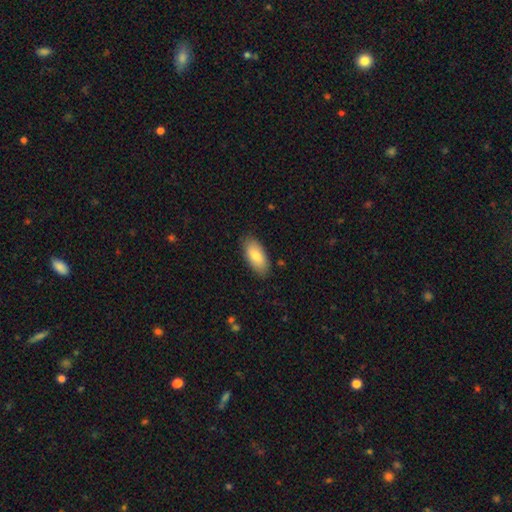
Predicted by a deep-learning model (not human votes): This appears to be a smooth galaxy with no disk features (81%) that is in between round and cigar-shaped (89%). Merging: none (84%).